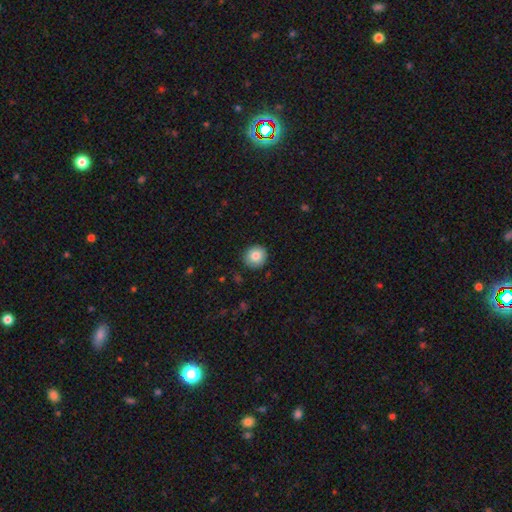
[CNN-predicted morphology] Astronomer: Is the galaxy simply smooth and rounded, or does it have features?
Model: smooth — 84%.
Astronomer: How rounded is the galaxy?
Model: round — 92%.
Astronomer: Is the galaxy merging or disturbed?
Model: none — 90%.